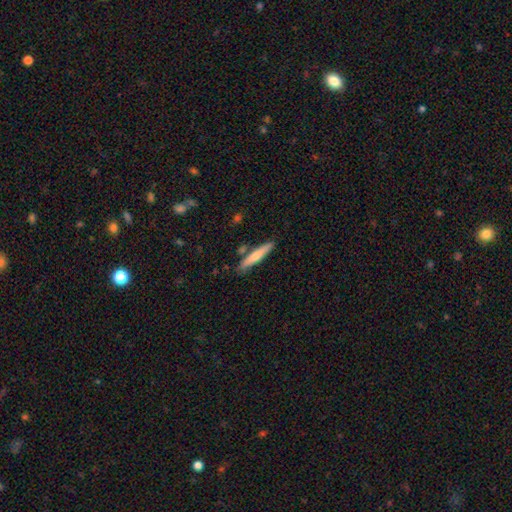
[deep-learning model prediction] smooth_or_featured: smooth (p=0.63) [alt: featured or disk p=0.31]
how_rounded: cigar-shaped (p=0.90) [alt: in between p=0.08]
merging: none (p=0.82) [alt: minor disturbance p=0.11]